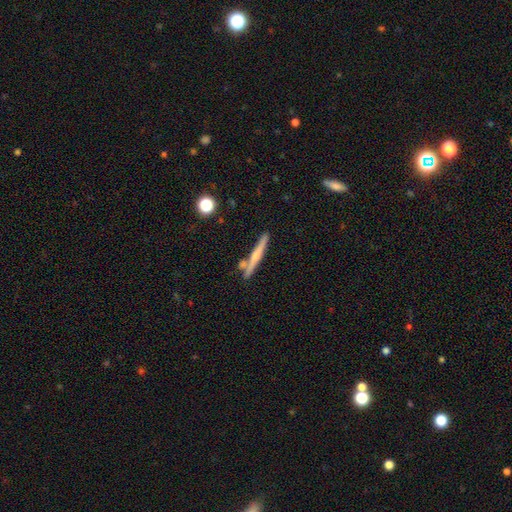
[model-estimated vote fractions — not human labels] Smooth or featured? featured or disk (52%)
Edge-on disk? yes (96%)
Merging? none (75%)